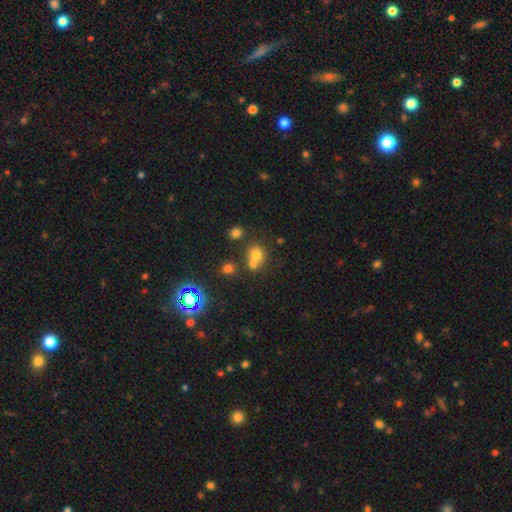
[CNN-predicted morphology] smooth-or-featured: smooth: 67% | star or artifact: 19% | featured or disk: 13%
  how-rounded: round: 73% | in between: 26% | cigar-shaped: 1%
  merging: merger: 45% | none: 43% | minor disturbance: 8% | major disturbance: 4%